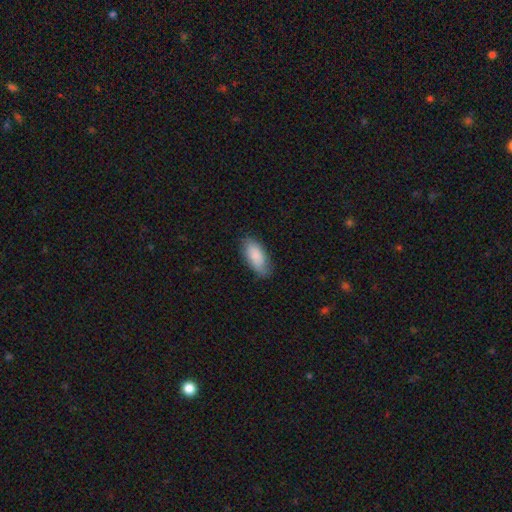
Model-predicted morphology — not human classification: type=smooth (84%); roundness=in between (89%); merging=none (79%).